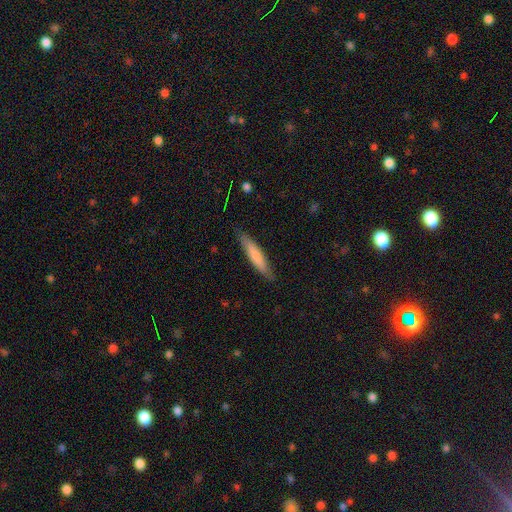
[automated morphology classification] Smooth or featured? Predicted: smooth (p=0.75). How rounded? Predicted: cigar-shaped (p=0.88). Merging? Predicted: none (p=0.86).